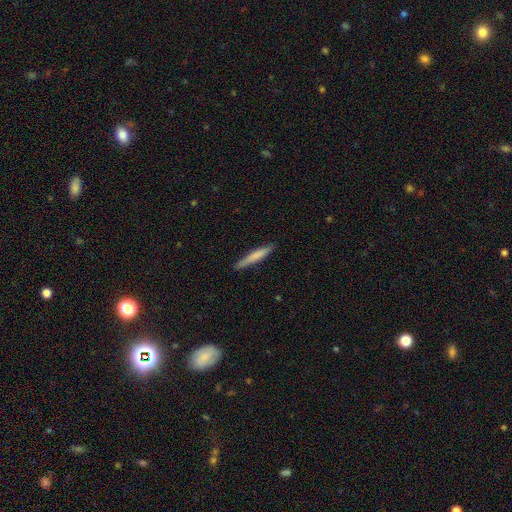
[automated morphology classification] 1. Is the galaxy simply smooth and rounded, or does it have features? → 71% smooth, 23% featured or disk, 5% star or artifact.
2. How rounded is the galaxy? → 95% cigar-shaped, 4% in between, 1% round.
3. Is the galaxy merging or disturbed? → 88% none, 9% minor disturbance, 2% major disturbance, 1% merger.